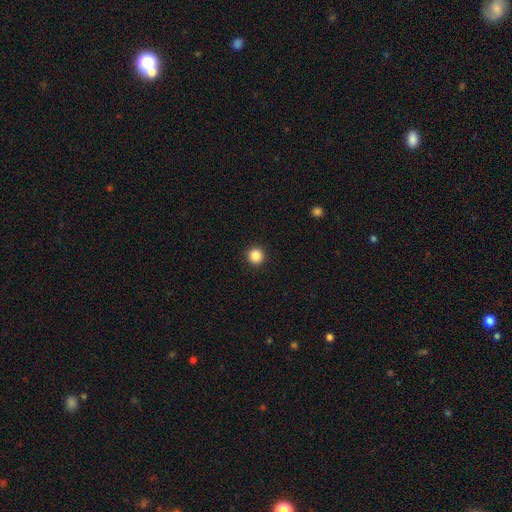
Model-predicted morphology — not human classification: smooth 87%, star or artifact 10%, featured or disk 3%. Down the decision tree: how rounded — round (96%); merging — none (93%).